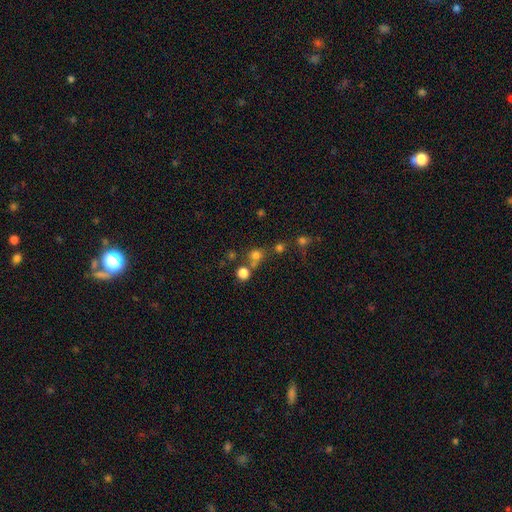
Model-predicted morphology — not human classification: The model was most divided on "merging": none: 62%, merger: 26%, minor disturbance: 8%, major disturbance: 4%. More confident: how rounded — round (87%); smooth or featured — smooth (70%).